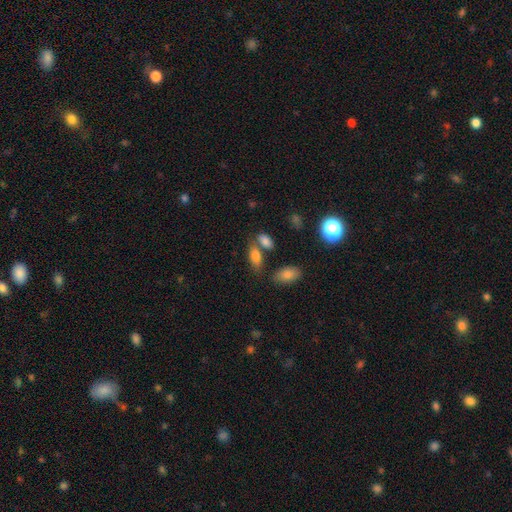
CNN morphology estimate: smooth-or-featured: smooth: 80% | featured or disk: 10% | star or artifact: 10%
  how-rounded: in between: 87% | cigar-shaped: 8% | round: 5%
  merging: none: 56% | merger: 25% | minor disturbance: 14% | major disturbance: 5%